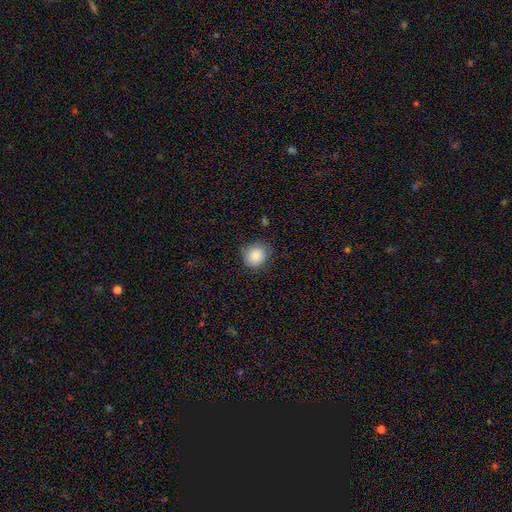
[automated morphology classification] A smooth galaxy with no disk features (86%) that is round (76%). Merging: none (79%).